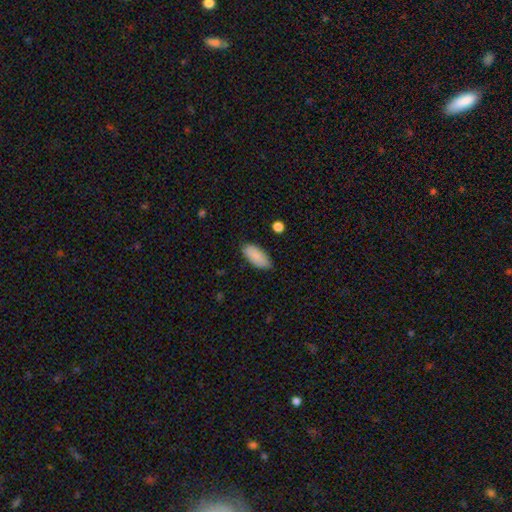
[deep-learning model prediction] This appears to be a smooth galaxy with no disk features (88%) that is in between round and cigar-shaped (88%). Merging: none (83%).